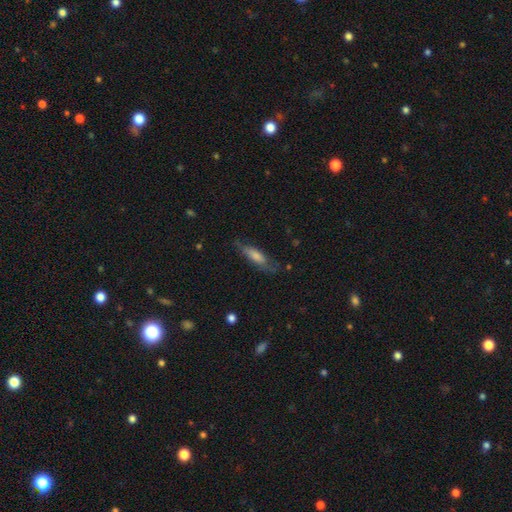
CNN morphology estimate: Overall: smooth (53%; featured or disk 38%). How rounded: cigar-shaped (58%; in between 39%). Merging: none (69%).